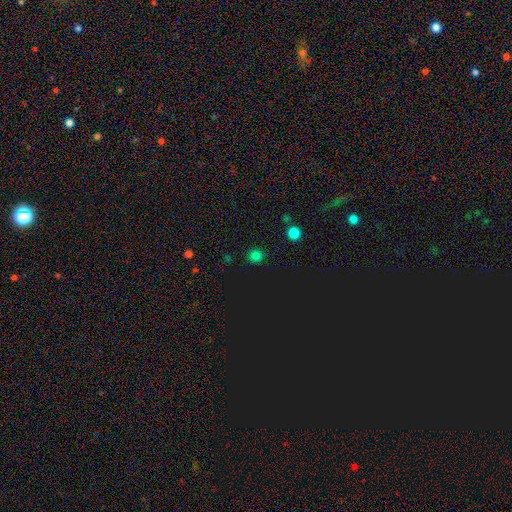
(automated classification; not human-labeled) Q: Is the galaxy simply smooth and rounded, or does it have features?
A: smooth — 75%.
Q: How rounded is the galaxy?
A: round — 92%.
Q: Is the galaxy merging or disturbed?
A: none — 89%.